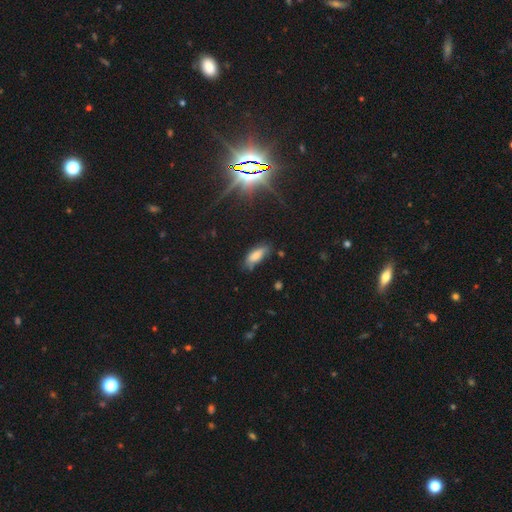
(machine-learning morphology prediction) This is likely a smooth galaxy (78%). How rounded: likely in between (75%). Merging: likely none (61%).